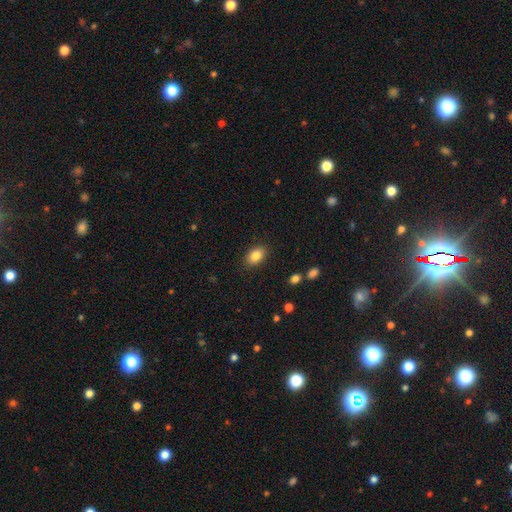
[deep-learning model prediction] Smooth or featured? smooth (85%)
How rounded? in between (86%)
Merging? none (87%)